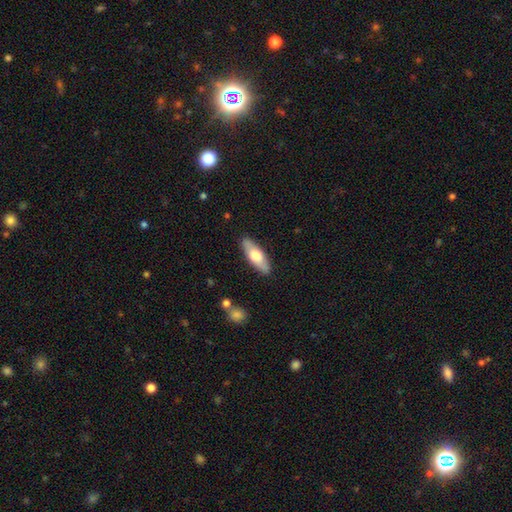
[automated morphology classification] Smooth or featured? smooth (61%)
How rounded? in between (60%)
Merging? none (87%)